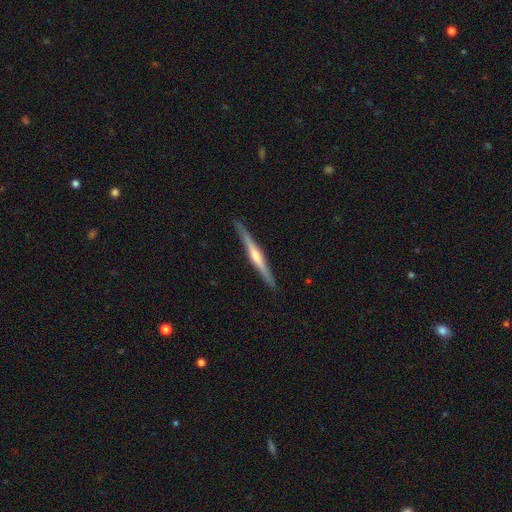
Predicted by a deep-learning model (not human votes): featured or disk 74%, smooth 21%, star or artifact 5%. Down the decision tree: edge-on disk — yes (98%); edge-on bulge — rounded (72%); merging — none (90%).